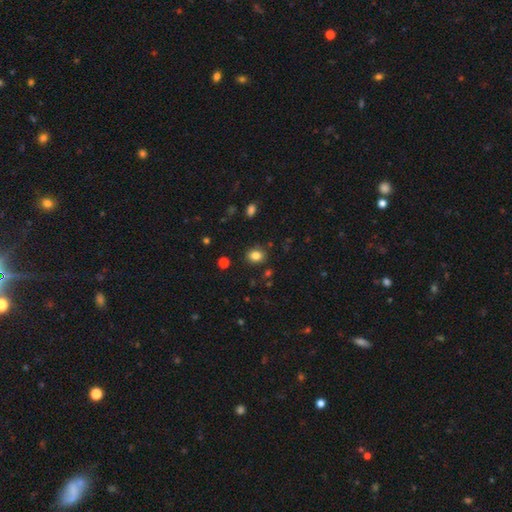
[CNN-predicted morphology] Smooth or featured? Predicted: smooth (p=0.83). How rounded? Predicted: in between (p=0.52). Merging? Predicted: none (p=0.85).